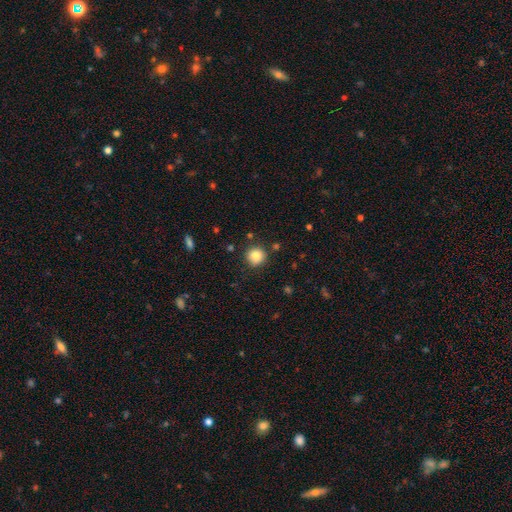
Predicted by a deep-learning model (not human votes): Overall: smooth (84%). How rounded: round (93%). Merging: none (88%).